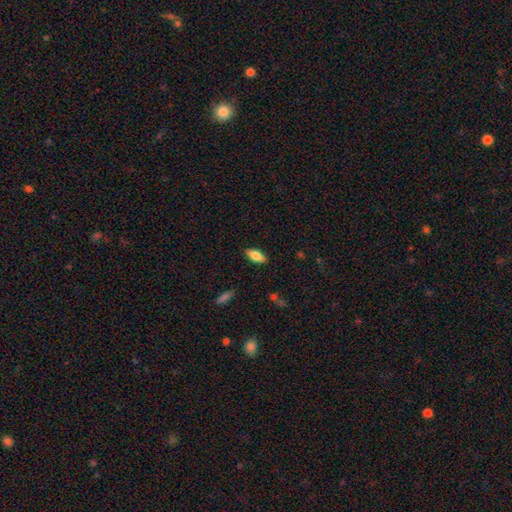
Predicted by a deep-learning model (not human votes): The model was most divided on "smooth or featured": smooth: 81%, featured or disk: 12%, star or artifact: 7%. More confident: merging — none (87%); how rounded — in between (84%).